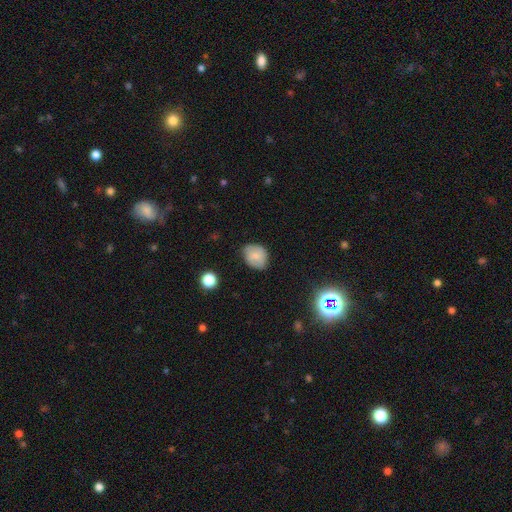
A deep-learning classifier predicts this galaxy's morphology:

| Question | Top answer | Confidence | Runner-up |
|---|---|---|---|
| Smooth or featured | smooth | 74% | featured or disk (16%) |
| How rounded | round | 54% | in between (45%) |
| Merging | none | 70% | minor disturbance (24%) |